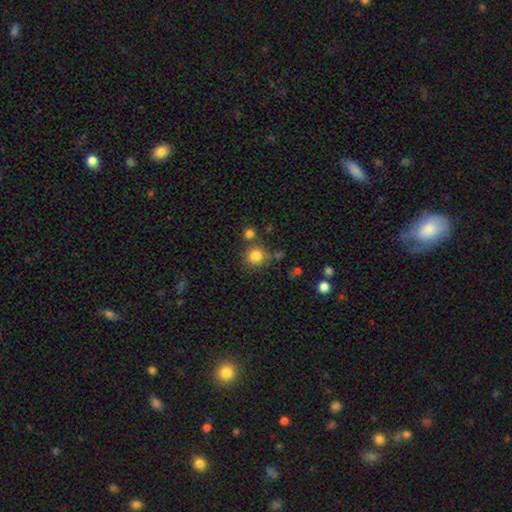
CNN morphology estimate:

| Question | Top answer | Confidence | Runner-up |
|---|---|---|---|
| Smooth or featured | smooth | 83% | star or artifact (11%) |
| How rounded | round | 92% | in between (7%) |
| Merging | none | 72% | merger (13%) |